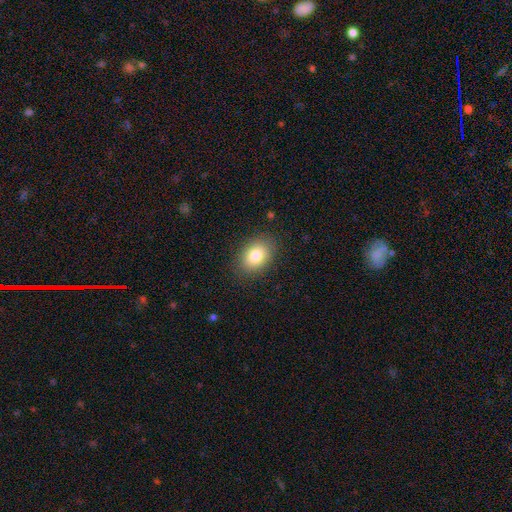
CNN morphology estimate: Smooth or featured? Predicted: smooth (p=0.82). How rounded? Predicted: in between (p=0.74). Merging? Predicted: none (p=0.86).